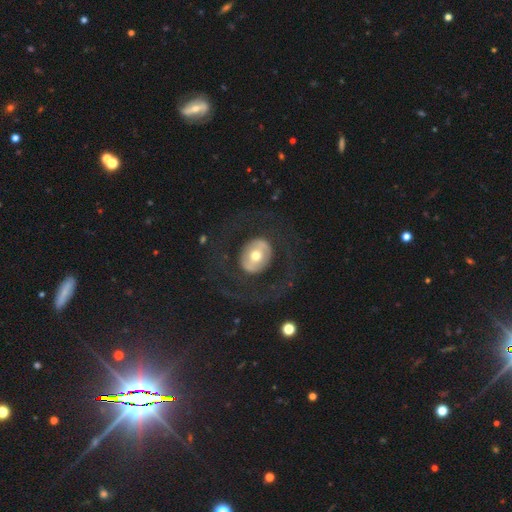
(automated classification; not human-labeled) Q: Smooth or featured?
A: featured or disk (58%); runner-up: smooth (35%)
Q: Edge-on disk?
A: no (95%); runner-up: yes (5%)
Q: Bar?
A: no (47%); runner-up: weak (28%)
Q: Spiral arms?
A: no (60%); runner-up: yes (40%)
Q: Bulge size?
A: moderate (67%); runner-up: small (18%)
Q: Merging?
A: none (70%); runner-up: major disturbance (18%)